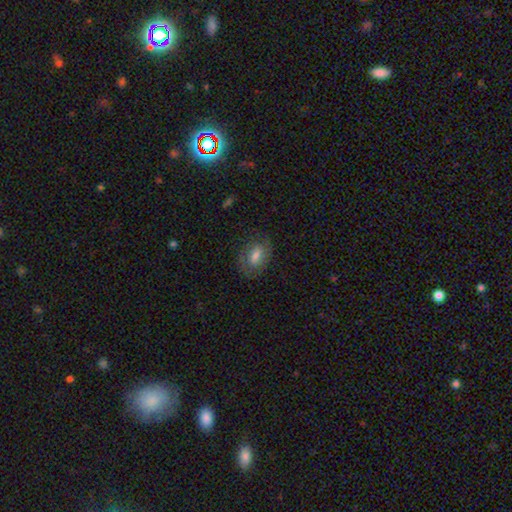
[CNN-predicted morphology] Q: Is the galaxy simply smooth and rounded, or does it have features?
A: smooth — 57%.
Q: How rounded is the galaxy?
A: in between — 83%.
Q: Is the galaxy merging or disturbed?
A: none — 73%.